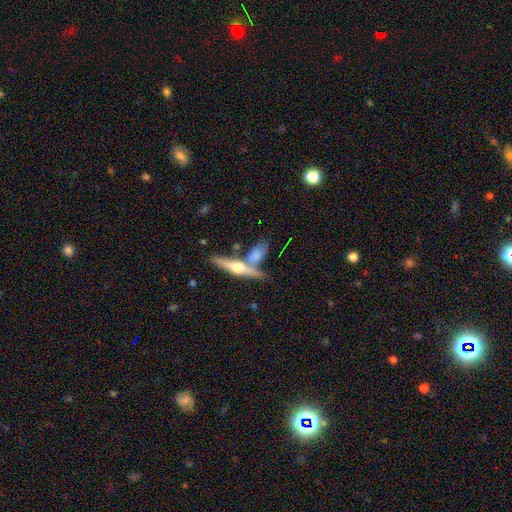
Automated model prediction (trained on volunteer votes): smooth-or-featured: featured or disk: 46% (tied) | smooth: 46% (tied) | star or artifact: 7%
  merging: none: 53% | merger: 32% | minor disturbance: 11% | major disturbance: 4%